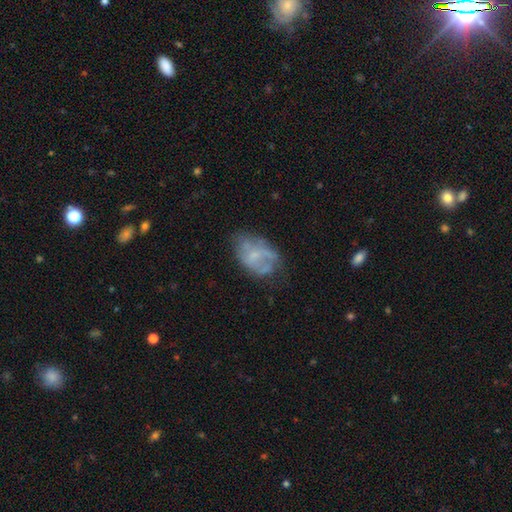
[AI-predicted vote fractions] This is possibly a featured or disk galaxy (52%). It is clearly not viewed edge-on (97%). Bar: likely no (73%). Spiral arm pattern: likely no (64%). Central bulge: marginally small (43%). Merging: possibly none (45%).